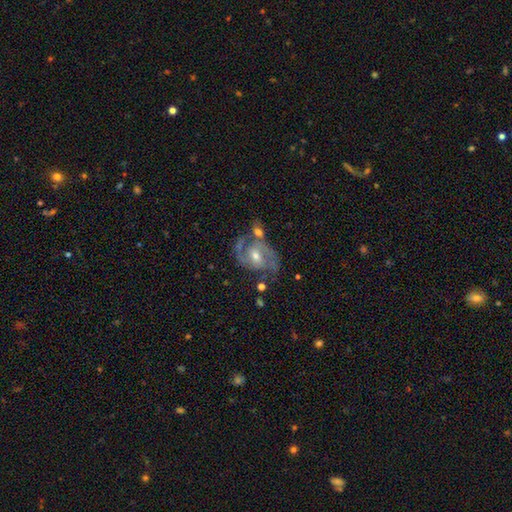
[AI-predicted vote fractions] This appears to be a featured or disk galaxy (87%) with a weak bar (46%), 2 (84%) medium (56%) spiral arms (96%) and a moderate central bulge (59%). Merging: none (58%).